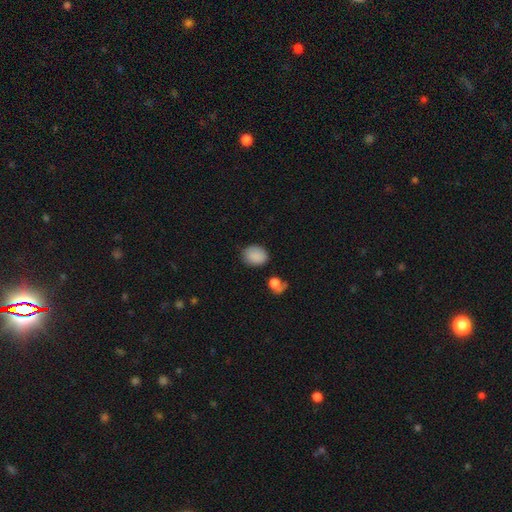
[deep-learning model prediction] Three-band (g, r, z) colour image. It shows a smooth galaxy with no disk features (86%) that is in between round and cigar-shaped (56%). Merging: none (79%).